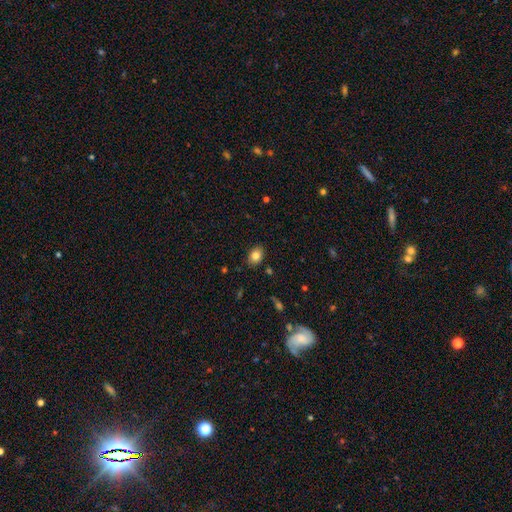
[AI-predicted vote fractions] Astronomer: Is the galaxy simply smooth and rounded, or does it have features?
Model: smooth — 81%.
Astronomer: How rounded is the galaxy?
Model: in between — 73%.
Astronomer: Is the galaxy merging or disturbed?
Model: none — 86%.